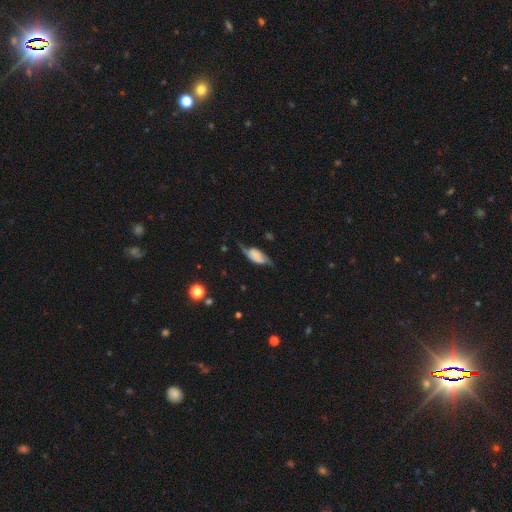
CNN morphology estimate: smooth-or-featured: featured or disk: 55% | smooth: 37% | star or artifact: 9%
  disk-edge-on: yes: 52% | no: 48%
  merging: none: 45% | minor disturbance: 31% | major disturbance: 20% | merger: 4%